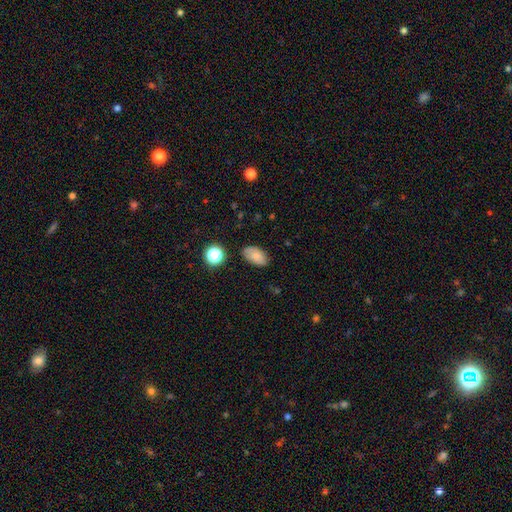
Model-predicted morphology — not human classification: Q: Smooth or featured?
A: smooth (75%); runner-up: featured or disk (14%)
Q: How rounded?
A: in between (90%); runner-up: round (8%)
Q: Merging?
A: none (77%); runner-up: minor disturbance (17%)